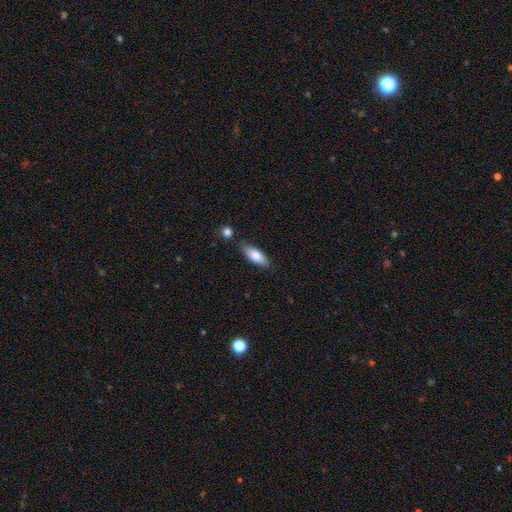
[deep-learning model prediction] Smooth or featured? Predicted: smooth (p=0.80). How rounded? Predicted: in between (p=0.74). Merging? Predicted: none (p=0.76).